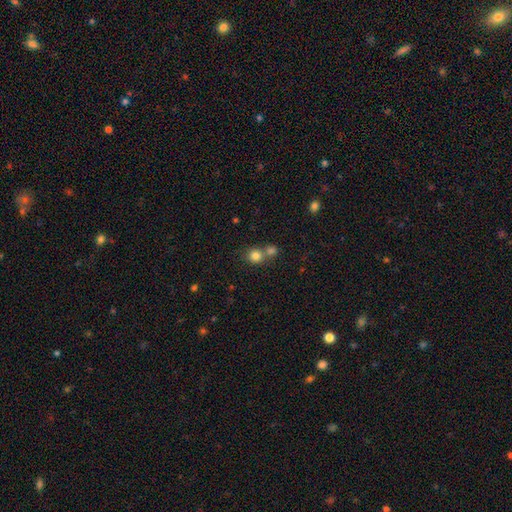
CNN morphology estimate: Smooth or featured: smooth — 81% (star or artifact — 12%)
How rounded: round — 87% (in between — 12%)
Merging: none — 49% (merger — 42%)